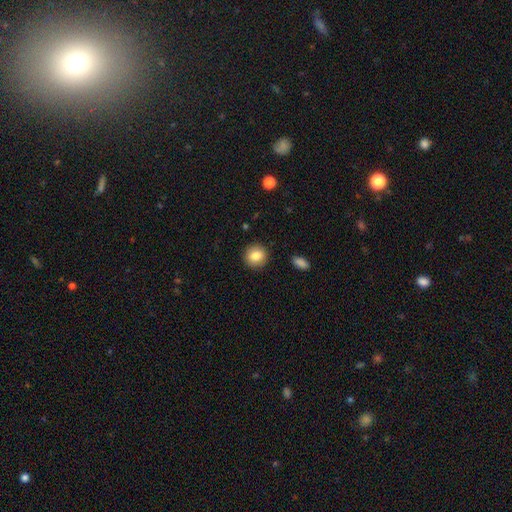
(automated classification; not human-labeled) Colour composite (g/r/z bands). It shows a smooth galaxy with no disk features (84%) that is round (91%). Merging: none (91%).